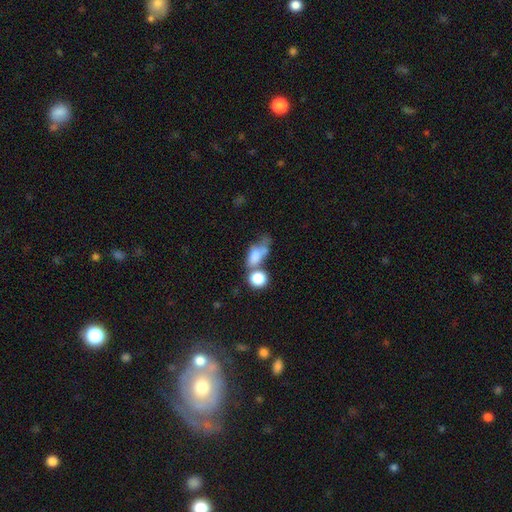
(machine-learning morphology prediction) A smooth galaxy with no disk features (70%) that is in between round and cigar-shaped (69%).

Vote fractions:
- Smooth or featured? smooth: 70% / featured or disk: 18% / star or artifact: 12%
- How rounded? in between: 69% / round: 24% / cigar-shaped: 6%
- Merging? merger: 46% / none: 24% / major disturbance: 16% / minor disturbance: 14%